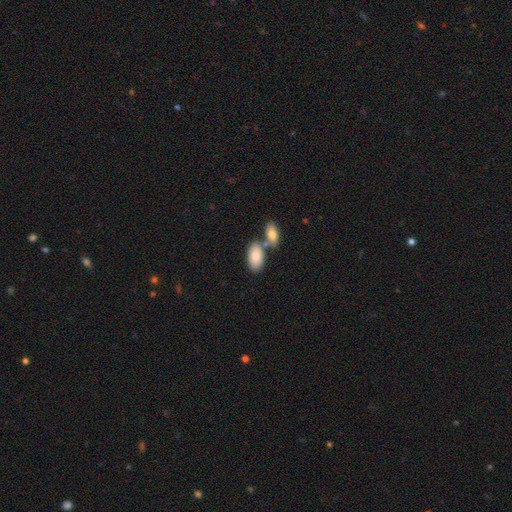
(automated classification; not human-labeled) Smooth or featured? smooth (86%)
How rounded? in between (94%)
Merging? none (49%)